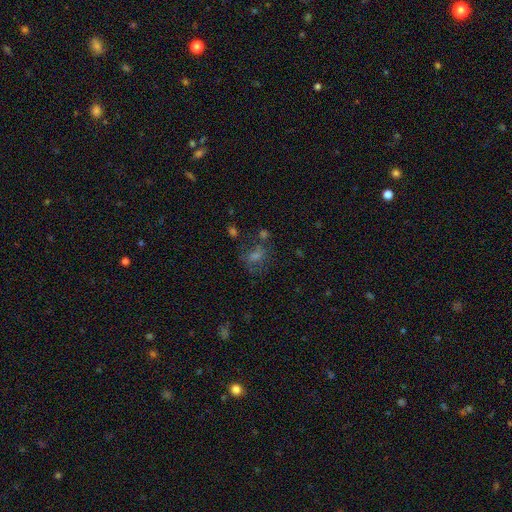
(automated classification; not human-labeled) smooth-or-featured: smooth: 48% | featured or disk: 26% | star or artifact: 26%
  merging: none: 52% | minor disturbance: 18% | major disturbance: 16% | merger: 13%